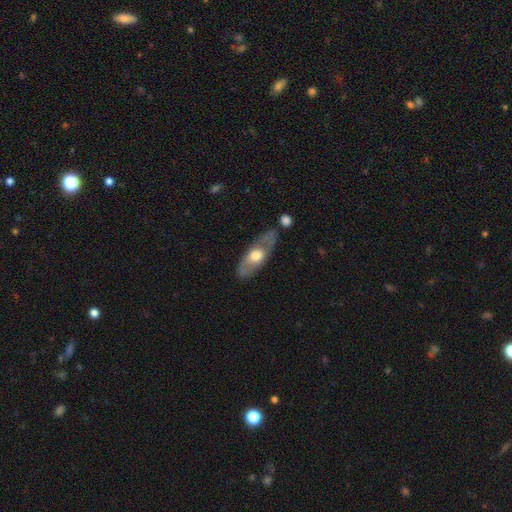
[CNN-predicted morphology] Smooth or featured? Predicted: featured or disk (p=0.53). Edge-on disk? Predicted: no (p=0.67). Merging? Predicted: none (p=0.74).